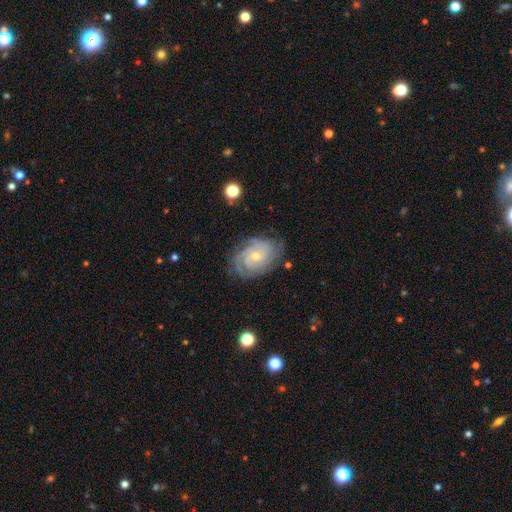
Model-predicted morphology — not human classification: smooth_or_featured: featured or disk (p=0.83) [alt: smooth p=0.10]
disk_edge_on: no (p=0.97) [alt: yes p=0.03]
bar: no (p=0.73) [alt: weak p=0.23]
has_spiral_arms: yes (p=0.96) [alt: no p=0.04]
spiral_winding: tight (p=0.70) [alt: medium p=0.25]
spiral_arm_count: can't tell (p=0.29) [alt: 3 p=0.27]
bulge_size: small (p=0.67) [alt: moderate p=0.29]
merging: none (p=0.75) [alt: minor disturbance p=0.18]